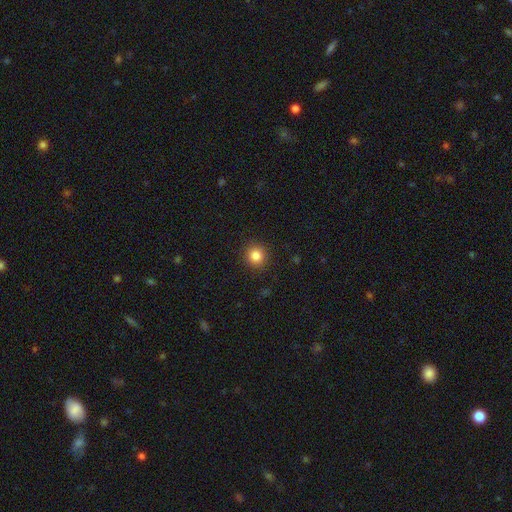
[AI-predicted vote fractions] Morphology: type=smooth (84%); roundness=round (93%); merging=none (91%).